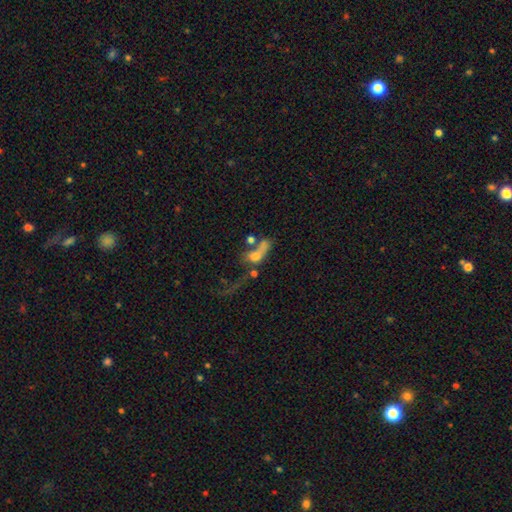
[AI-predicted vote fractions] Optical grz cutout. It shows a smooth galaxy with no disk features (46%). Merging: merger (44%).